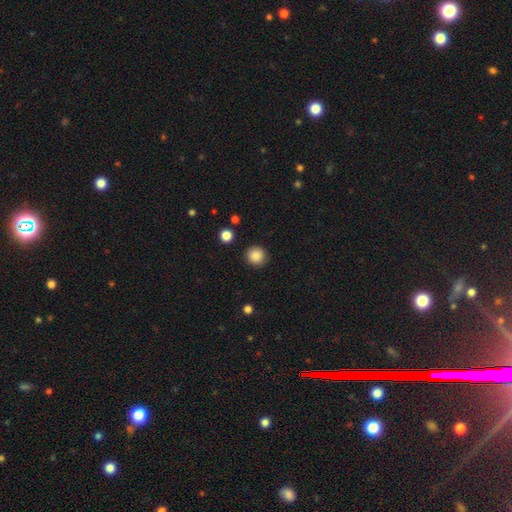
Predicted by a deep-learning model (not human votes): Morphology: type=smooth (87%); roundness=round (94%); merging=none (90%).